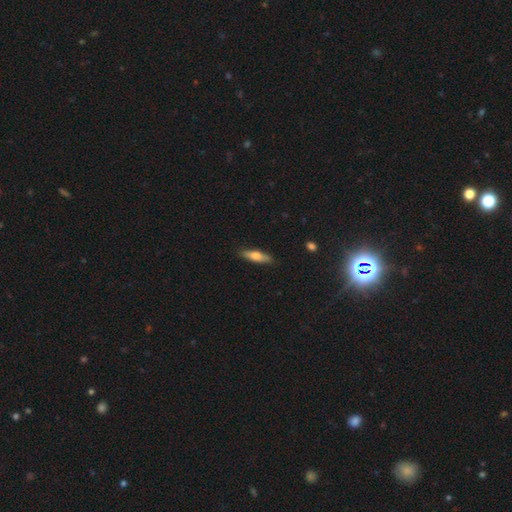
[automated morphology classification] This is likely a smooth galaxy (63%). How rounded: likely cigar-shaped (67%). Merging: clearly none (87%).